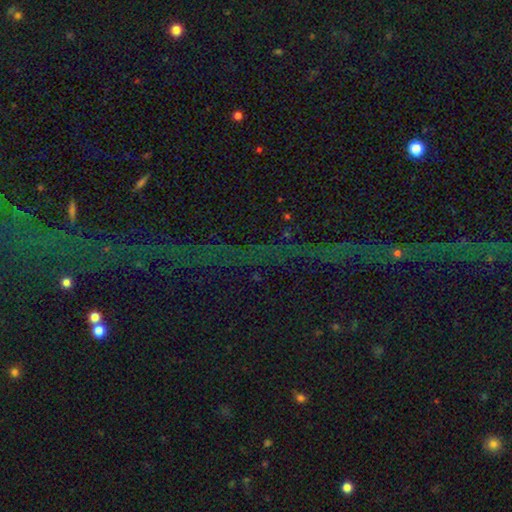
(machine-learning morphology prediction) Smooth or featured?
  - star or artifact: 80% *
  - featured or disk: 11%
  - smooth: 9%